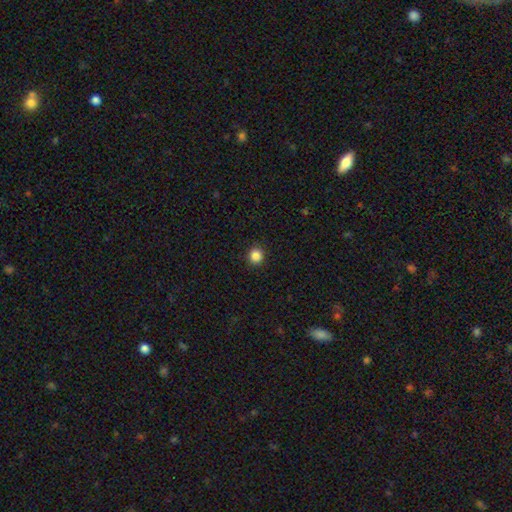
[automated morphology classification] smooth_or_featured: smooth (p=0.86) [alt: star or artifact p=0.11]
how_rounded: round (p=0.91) [alt: in between p=0.08]
merging: none (p=0.92) [alt: minor disturbance p=0.05]